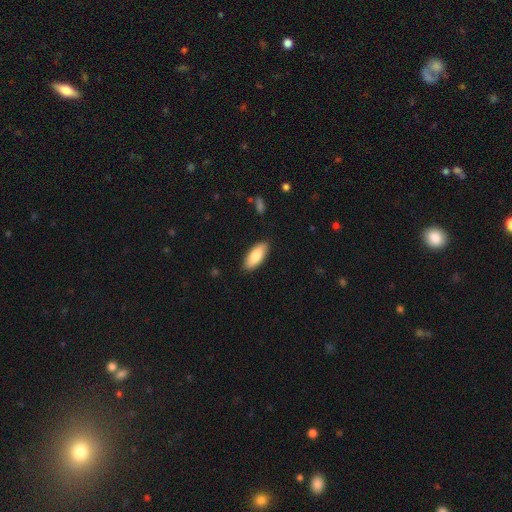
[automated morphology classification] The model was most divided on "smooth or featured": smooth: 81%, featured or disk: 13%, star or artifact: 6%. More confident: merging — none (88%); how rounded — in between (83%).